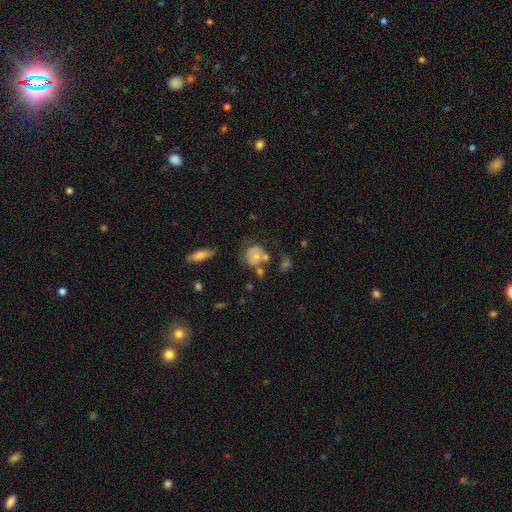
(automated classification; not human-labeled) The model was most divided on "merging": none: 45%, minor disturbance: 23%, merger: 19%, major disturbance: 13%. More confident: how rounded — round (69%); smooth or featured — smooth (60%).